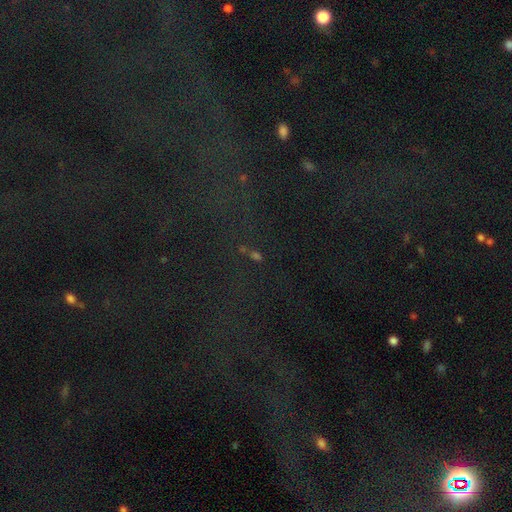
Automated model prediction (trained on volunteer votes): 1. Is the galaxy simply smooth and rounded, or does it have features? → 61% star or artifact, 27% smooth, 12% featured or disk.